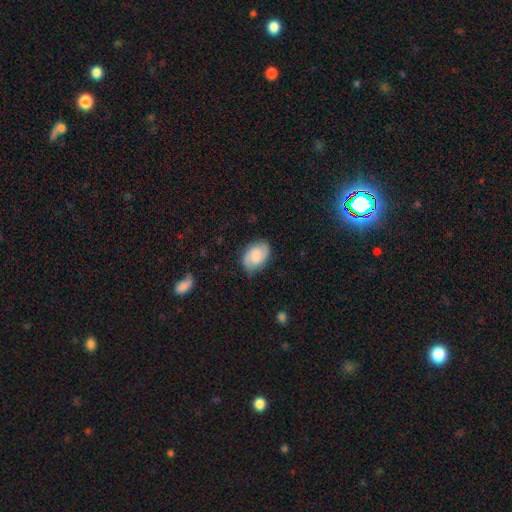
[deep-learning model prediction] A featured or disk galaxy (64%) with no bar (50%), 2 (87%) medium (46%) spiral arms (94%) and no central bulge (31%). Merging: none (79%).